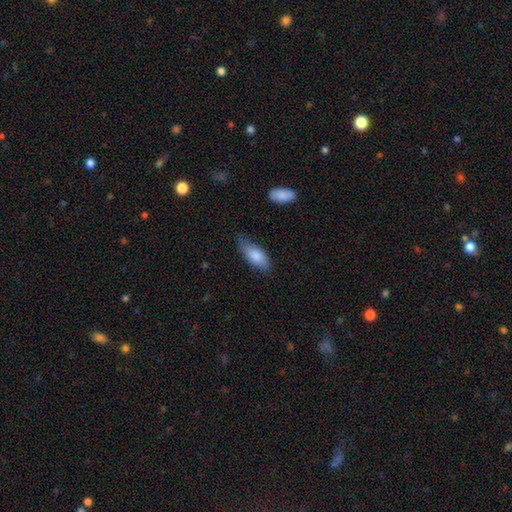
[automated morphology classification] Smooth or featured: smooth — 81% (featured or disk — 13%)
How rounded: in between — 82% (cigar-shaped — 16%)
Merging: none — 65% (minor disturbance — 28%)